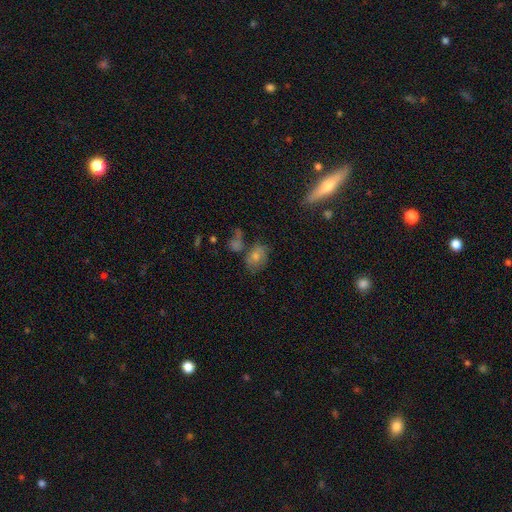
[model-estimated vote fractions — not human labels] Morphology: type=smooth (47%); merging=none (62%).